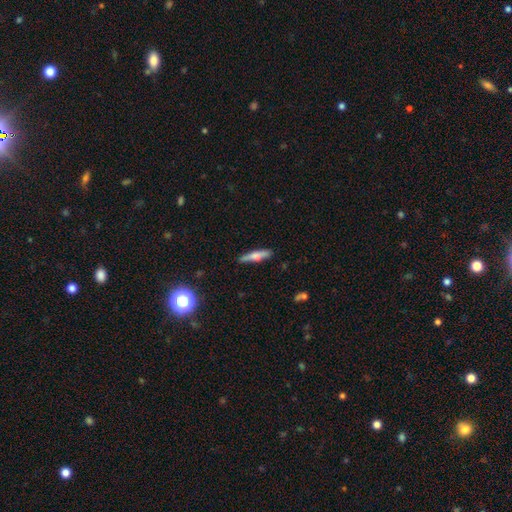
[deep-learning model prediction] smooth_or_featured: smooth (p=0.56) [alt: featured or disk p=0.37]
how_rounded: cigar-shaped (p=0.83) [alt: in between p=0.15]
merging: none (p=0.83) [alt: minor disturbance p=0.12]